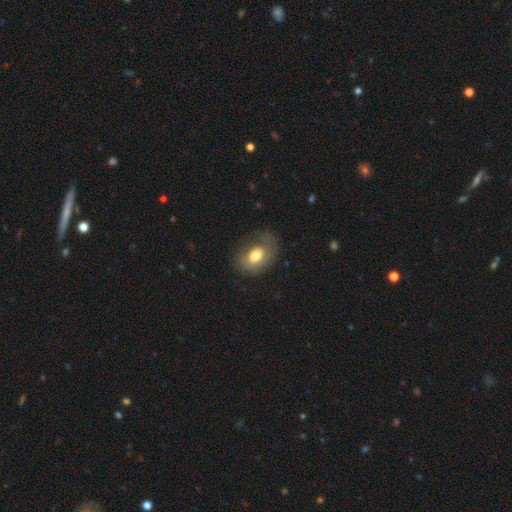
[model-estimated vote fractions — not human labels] smooth-or-featured: smooth: 60% | featured or disk: 32% | star or artifact: 8%
  how-rounded: in between: 76% | round: 22% | cigar-shaped: 1%
  merging: none: 52% | minor disturbance: 26% | major disturbance: 21% | merger: 2%